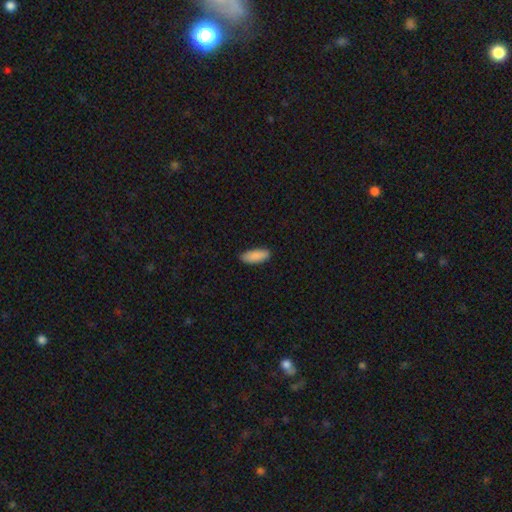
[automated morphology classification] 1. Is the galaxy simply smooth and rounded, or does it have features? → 90% smooth, 6% star or artifact, 4% featured or disk.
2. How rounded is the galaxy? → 76% in between, 22% cigar-shaped, 2% round.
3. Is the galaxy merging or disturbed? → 88% none, 10% minor disturbance, 2% major disturbance, 1% merger.